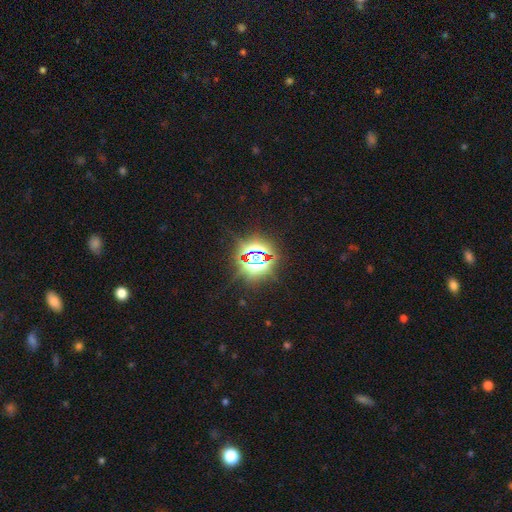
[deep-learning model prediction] Q: Smooth or featured?
A: star or artifact (79%); runner-up: smooth (12%)